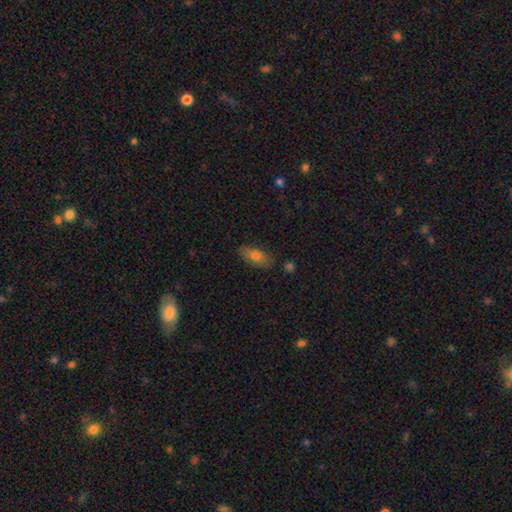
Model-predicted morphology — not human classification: This is likely a smooth galaxy (76%). How rounded: clearly in between (82%). Merging: likely none (79%).